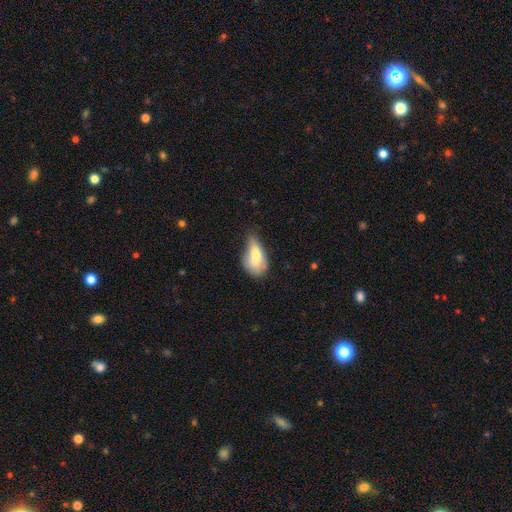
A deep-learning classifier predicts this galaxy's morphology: smooth 69%, featured or disk 23%, star or artifact 8%. Down the decision tree: how rounded — in between (87%); merging — minor disturbance (41%).